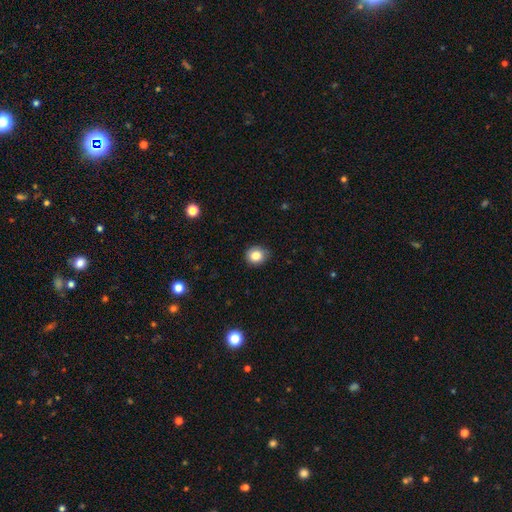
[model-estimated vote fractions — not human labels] smooth-or-featured: smooth: 84% | star or artifact: 10% | featured or disk: 6%
  how-rounded: round: 77% | in between: 22% | cigar-shaped: 1%
  merging: none: 84% | minor disturbance: 13% | major disturbance: 2% | merger: 1%